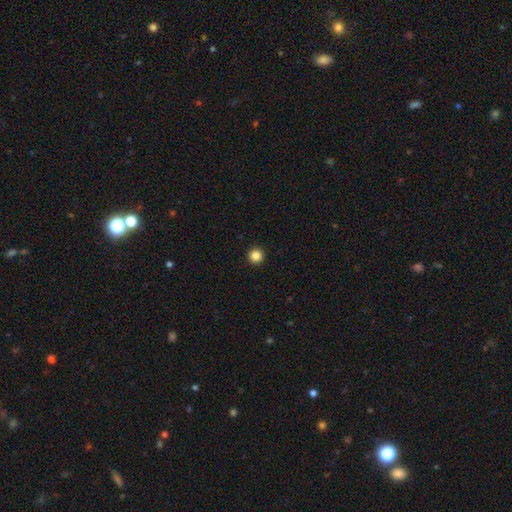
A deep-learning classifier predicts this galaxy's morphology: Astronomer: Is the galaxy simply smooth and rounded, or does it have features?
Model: smooth — 85%.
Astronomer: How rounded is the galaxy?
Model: round — 97%.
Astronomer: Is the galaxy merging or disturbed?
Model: none — 94%.